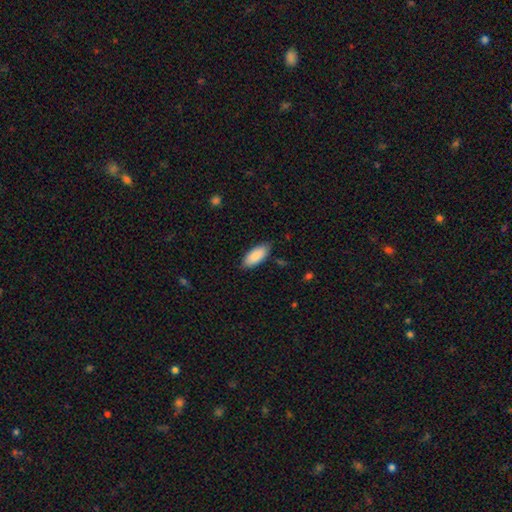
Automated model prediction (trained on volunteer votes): A smooth galaxy with no disk features (87%) that is in between round and cigar-shaped (87%). Merging: none (82%).